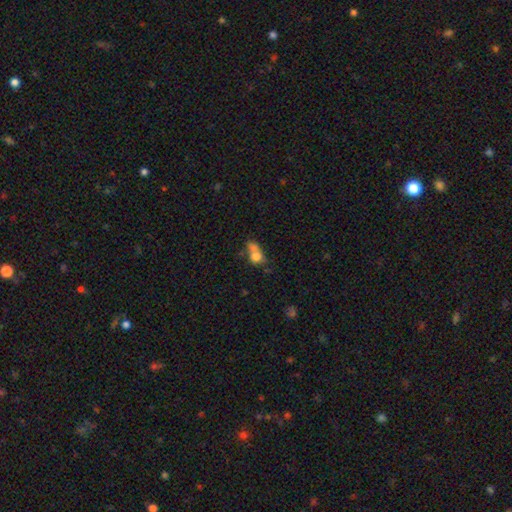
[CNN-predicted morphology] smooth-or-featured: smooth: 72% | featured or disk: 16% | star or artifact: 11%
  how-rounded: round: 52% | in between: 45% | cigar-shaped: 3%
  merging: merger: 52% | none: 25% | minor disturbance: 13% | major disturbance: 11%